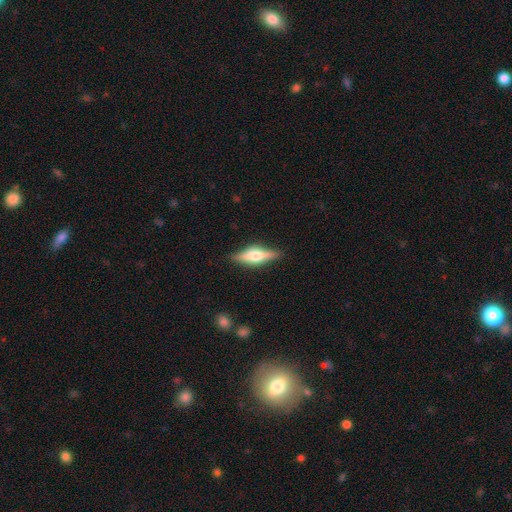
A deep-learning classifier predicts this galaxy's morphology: The model was most divided on "smooth or featured": featured or disk: 59%, smooth: 34%, star or artifact: 7%. More confident: edge-on disk — yes (94%); edge-on bulge — rounded (91%); merging — none (85%).